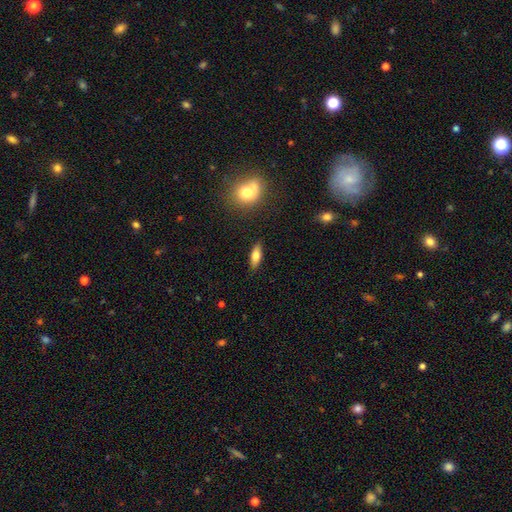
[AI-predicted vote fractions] smooth 71%, featured or disk 21%, star or artifact 7%. Down the decision tree: how rounded — in between (66%); merging — none (87%).